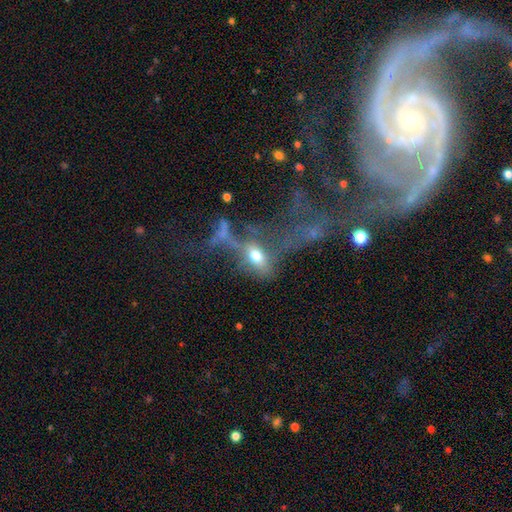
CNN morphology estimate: The model was most divided on "smooth or featured": smooth: 51%, featured or disk: 32%, star or artifact: 17%. Remaining: how rounded — in between (72%); merging — major disturbance (45%).